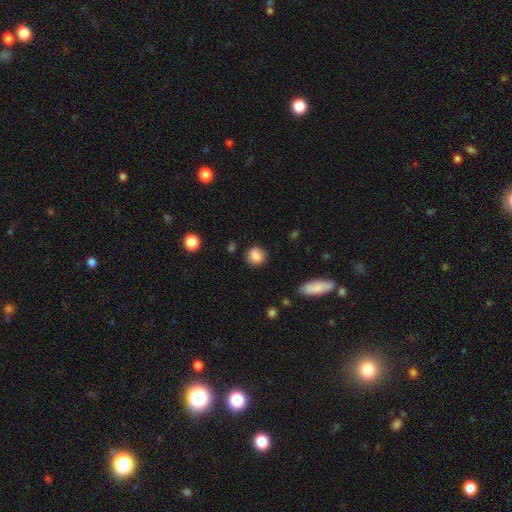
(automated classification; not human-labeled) A smooth galaxy with no disk features (85%) that is round (83%). Merging: none (81%).